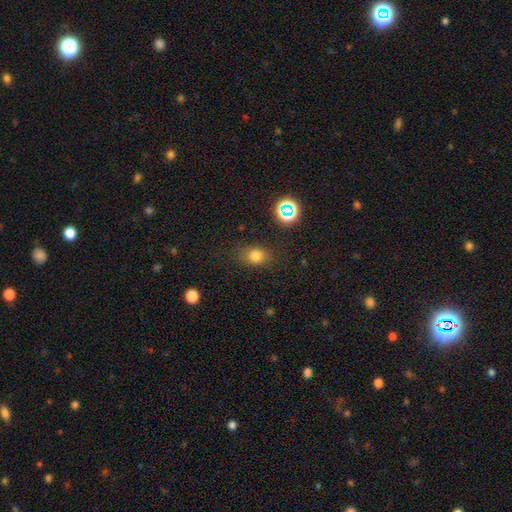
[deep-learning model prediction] This appears to be a smooth galaxy with no disk features (76%) that is in between round and cigar-shaped (59%). Merging: none (77%).